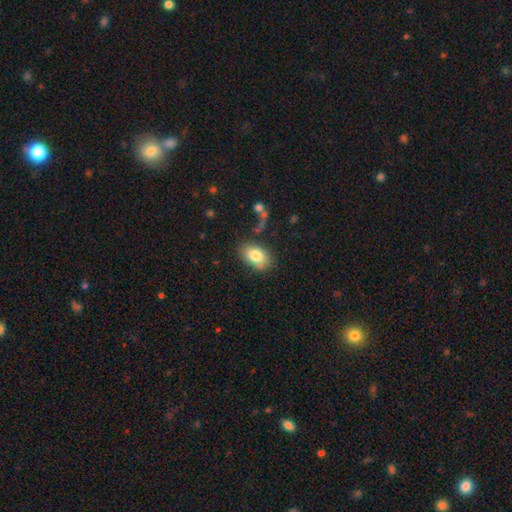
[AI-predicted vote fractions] Morphology: type=smooth (81%); roundness=in between (89%); merging=none (75%).